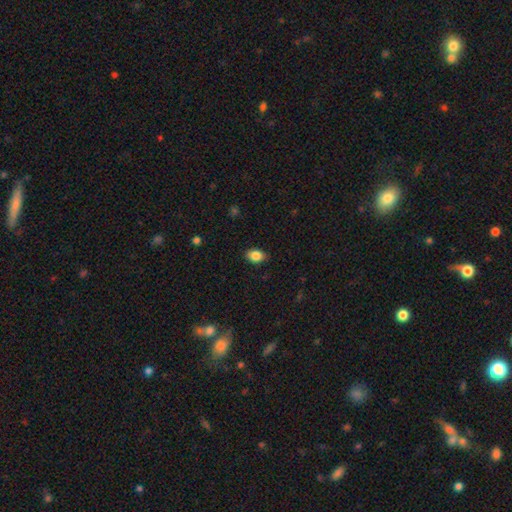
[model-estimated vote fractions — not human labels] Q: Smooth or featured?
A: smooth (86%); runner-up: star or artifact (8%)
Q: How rounded?
A: in between (81%); runner-up: round (17%)
Q: Merging?
A: none (86%); runner-up: minor disturbance (11%)